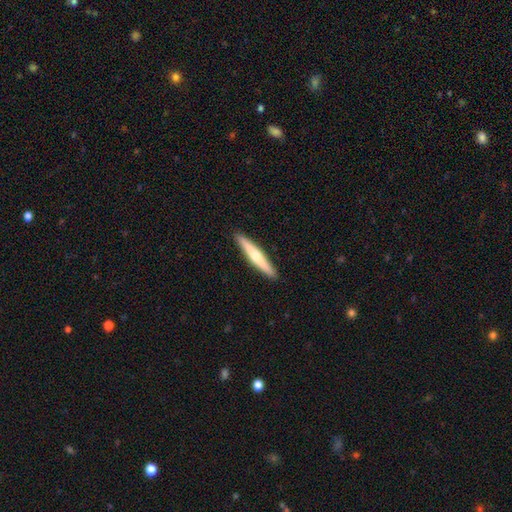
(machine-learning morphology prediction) This is possibly a smooth galaxy (51%). How rounded: clearly cigar-shaped (94%). Merging: clearly none (92%).